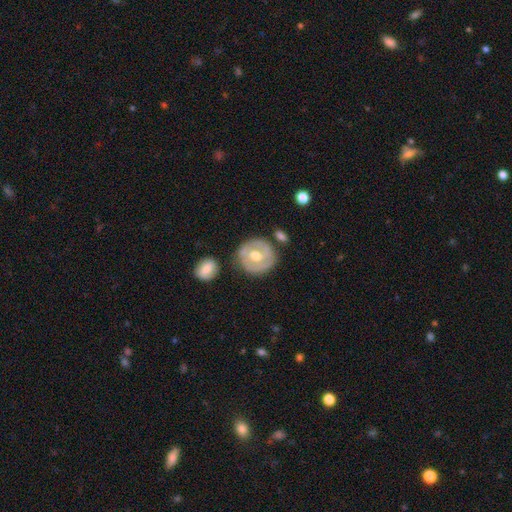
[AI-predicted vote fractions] Smooth or featured? Predicted: featured or disk (p=0.62). Edge-on disk? Predicted: no (p=0.96). Bar? Predicted: no (p=0.50). Spiral arms? Predicted: no (p=0.50, tied with yes). Bulge size? Predicted: moderate (p=0.80). Merging? Predicted: none (p=0.73).